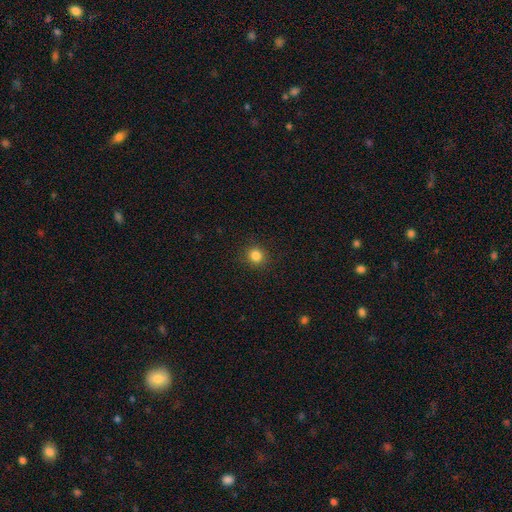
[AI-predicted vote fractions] A smooth galaxy with no disk features (84%) that is round (91%). Merging: none (91%).